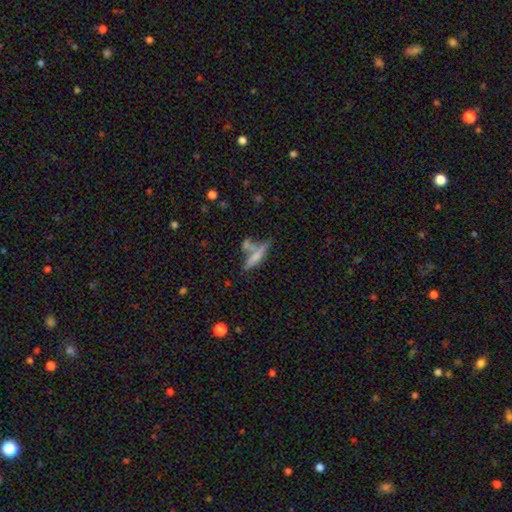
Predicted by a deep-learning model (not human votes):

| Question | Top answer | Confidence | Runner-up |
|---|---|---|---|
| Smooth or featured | smooth | 53% | featured or disk (35%) |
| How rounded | cigar-shaped | 81% | in between (16%) |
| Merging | none | 56% | merger (25%) |